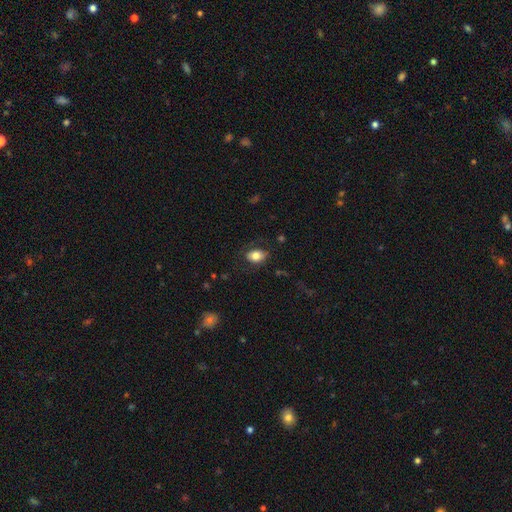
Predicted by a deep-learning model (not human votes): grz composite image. It shows a smooth galaxy with no disk features (80%) that is in between round and cigar-shaped (81%). Merging: none (76%).